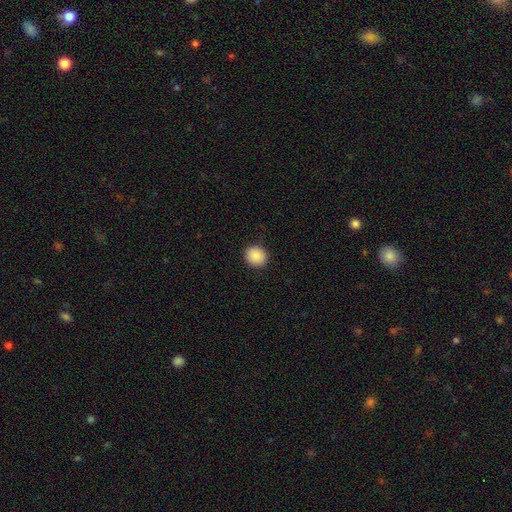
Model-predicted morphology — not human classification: A smooth galaxy with no disk features (89%) that is round (83%).

Vote fractions:
- Smooth or featured? smooth: 89% / star or artifact: 8% / featured or disk: 3%
- How rounded? round: 83% / in between: 16% / cigar-shaped: 1%
- Merging? none: 91% / minor disturbance: 6% / major disturbance: 2% / merger: 1%